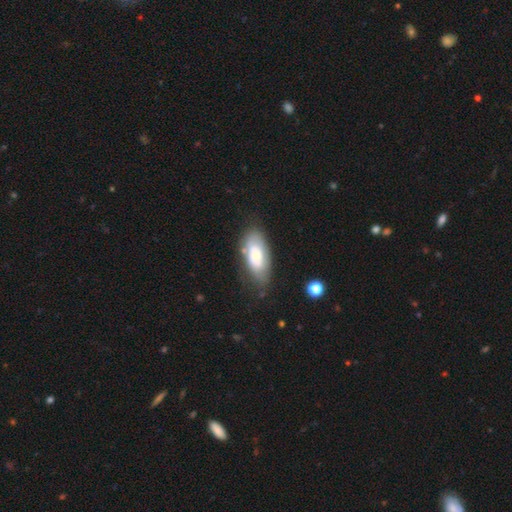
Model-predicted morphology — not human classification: Smooth or featured: smooth — 49% (featured or disk — 44%)
Merging: none — 64% (minor disturbance — 23%)